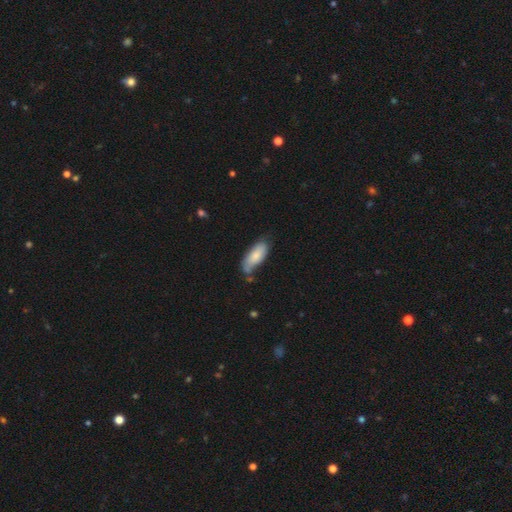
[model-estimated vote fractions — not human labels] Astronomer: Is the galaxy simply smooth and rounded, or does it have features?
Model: smooth — 80%.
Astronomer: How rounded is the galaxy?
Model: in between — 82%.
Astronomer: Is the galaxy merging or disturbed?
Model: none — 55%.